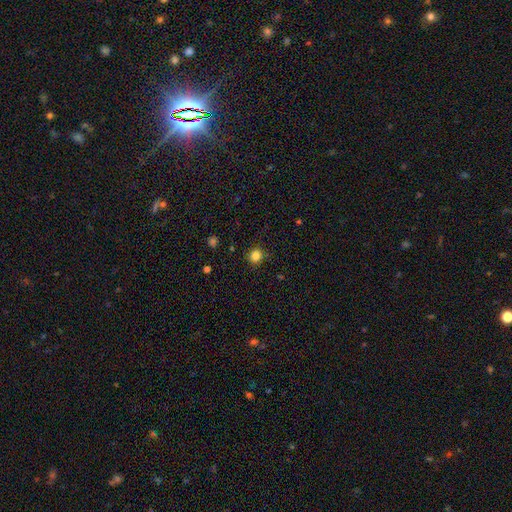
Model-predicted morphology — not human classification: Smooth or featured: smooth — 83% (star or artifact — 13%)
How rounded: round — 90% (in between — 10%)
Merging: none — 89% (minor disturbance — 8%)